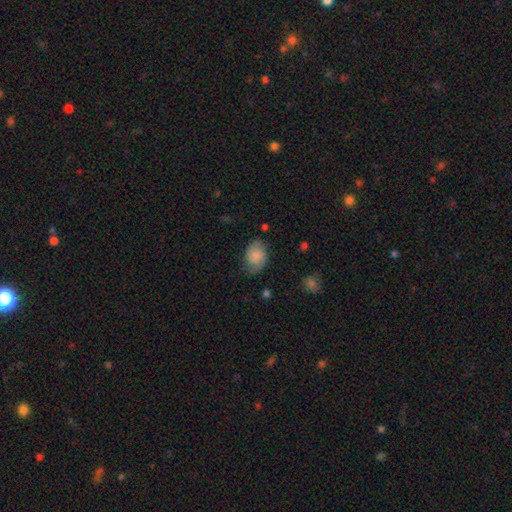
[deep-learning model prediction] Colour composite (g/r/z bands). It shows a smooth galaxy with no disk features (57%) that is in between round and cigar-shaped (73%). Merging: none (69%).